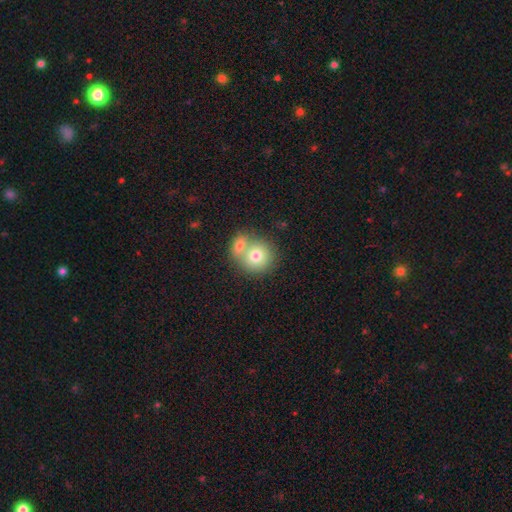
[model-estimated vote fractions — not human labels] smooth-or-featured: smooth: 72% | featured or disk: 18% | star or artifact: 9%
  how-rounded: round: 85% | in between: 14% | cigar-shaped: 1%
  merging: merger: 53% | none: 37% | minor disturbance: 8% | major disturbance: 3%